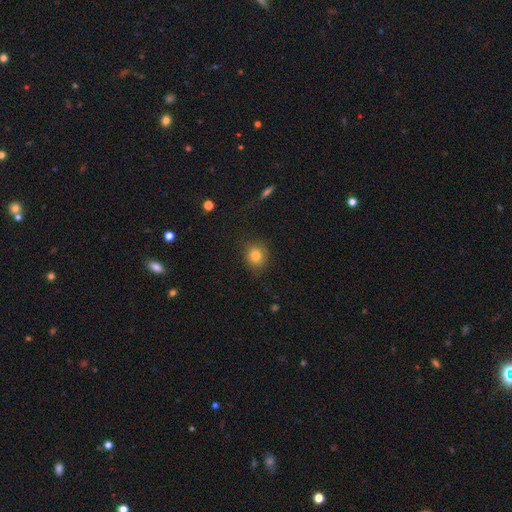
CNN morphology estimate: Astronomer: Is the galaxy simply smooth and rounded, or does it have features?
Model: smooth — 81%.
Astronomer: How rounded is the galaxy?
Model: round — 81%.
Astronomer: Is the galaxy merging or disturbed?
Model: none — 81%.